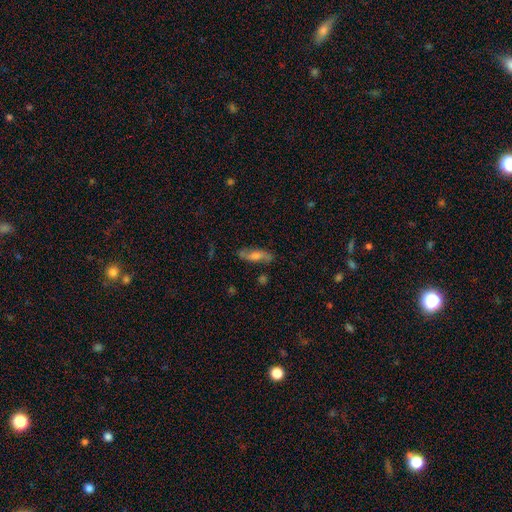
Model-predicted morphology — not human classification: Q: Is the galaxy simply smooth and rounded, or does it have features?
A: featured or disk — 55%.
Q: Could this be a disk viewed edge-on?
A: no — 66%.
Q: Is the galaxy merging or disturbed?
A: none — 77%.